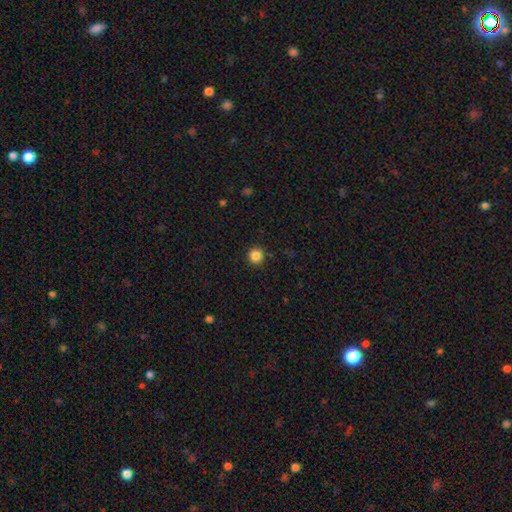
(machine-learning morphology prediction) smooth 85%, star or artifact 11%, featured or disk 4%. Down the decision tree: how rounded — round (94%); merging — none (91%).